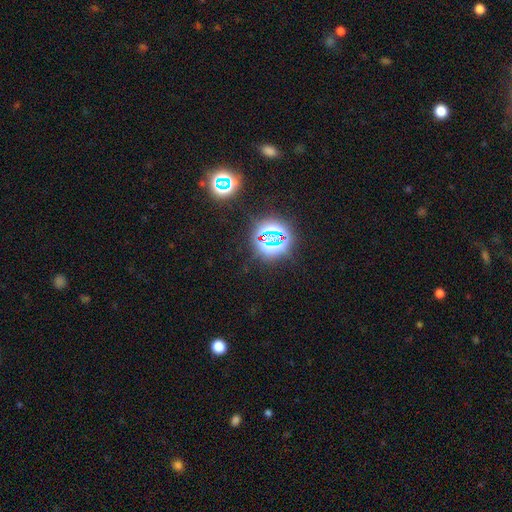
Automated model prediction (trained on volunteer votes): Morphology: type=star or artifact (79%).